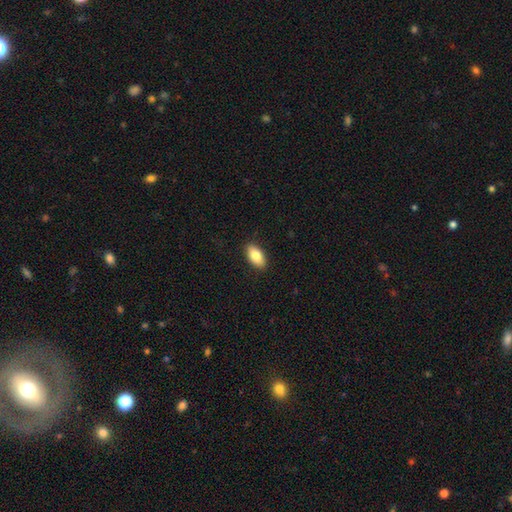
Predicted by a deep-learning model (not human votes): smooth-or-featured: smooth: 83% | featured or disk: 11% | star or artifact: 7%
  how-rounded: in between: 92% | cigar-shaped: 5% | round: 3%
  merging: none: 90% | minor disturbance: 7% | major disturbance: 2% | merger: 1%